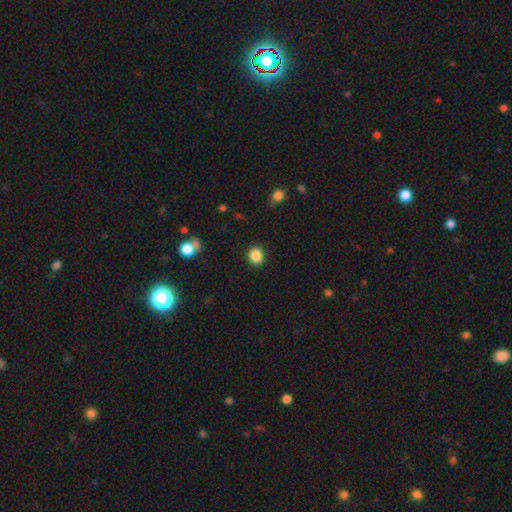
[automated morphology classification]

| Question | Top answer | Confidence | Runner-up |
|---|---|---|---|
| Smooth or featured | smooth | 86% | star or artifact (10%) |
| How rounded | round | 70% | in between (29%) |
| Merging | none | 89% | minor disturbance (7%) |